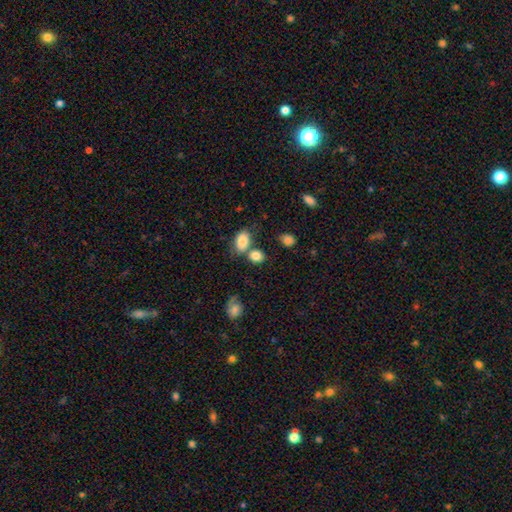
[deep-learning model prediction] Smooth or featured? smooth (83%)
How rounded? in between (58%)
Merging? none (53%)